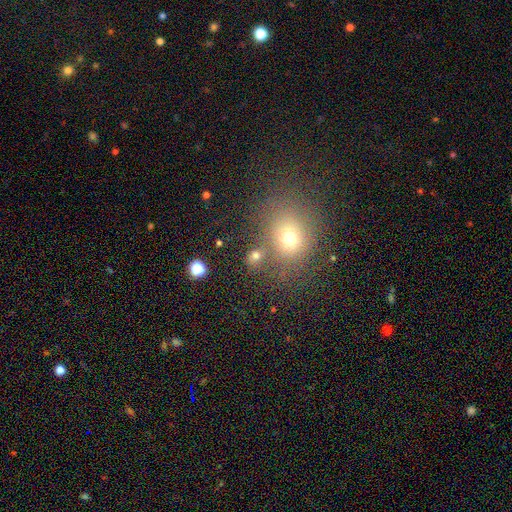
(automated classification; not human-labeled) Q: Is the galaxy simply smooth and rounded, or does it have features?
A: smooth — 70%.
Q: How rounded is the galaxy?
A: round — 55%.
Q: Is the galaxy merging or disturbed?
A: none — 63%.